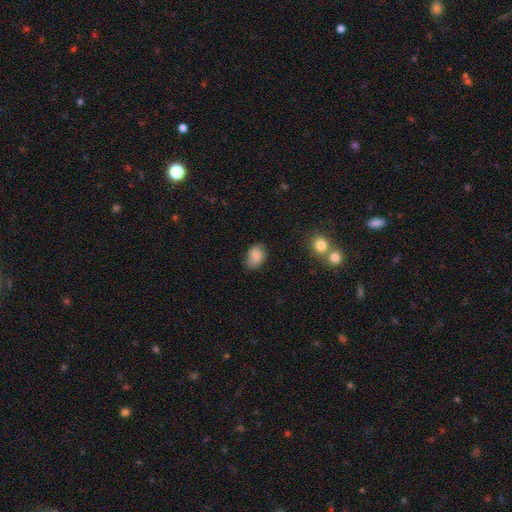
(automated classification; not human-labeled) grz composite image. It shows a smooth galaxy with no disk features (84%) that is in between round and cigar-shaped (79%). Merging: none (71%).